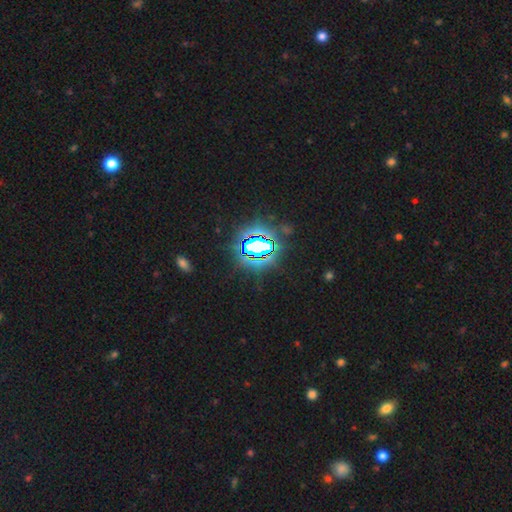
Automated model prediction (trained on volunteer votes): Morphology: type=star or artifact (83%).